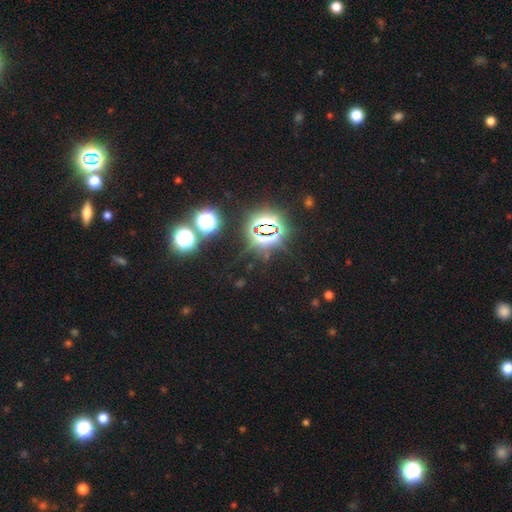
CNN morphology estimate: Smooth or featured?
  - star or artifact: 81% *
  - smooth: 13%
  - featured or disk: 6%